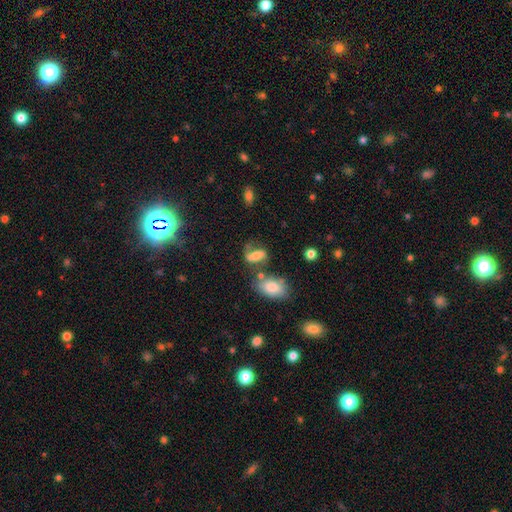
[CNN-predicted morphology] Overall: smooth (48%; featured or disk 39%). Merging: none (44%; minor disturbance 22%).